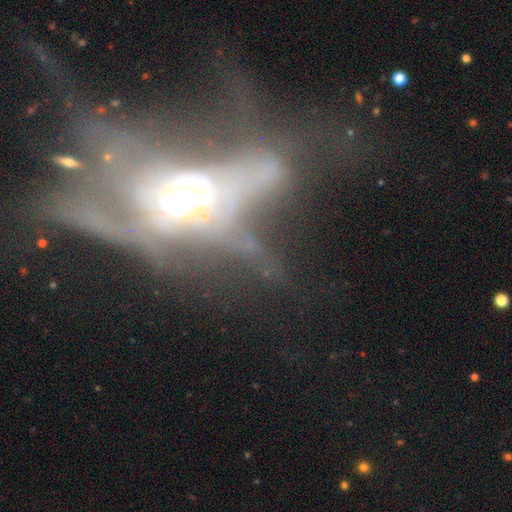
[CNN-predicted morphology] Smooth or featured? Predicted: featured or disk (p=0.66). Edge-on disk? Predicted: no (p=0.73). Merging? Predicted: major disturbance (p=0.60).